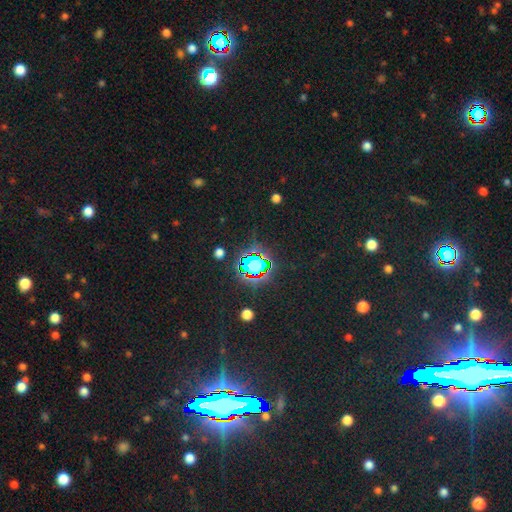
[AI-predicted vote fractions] Smooth or featured: star or artifact — 80% (smooth — 12%)